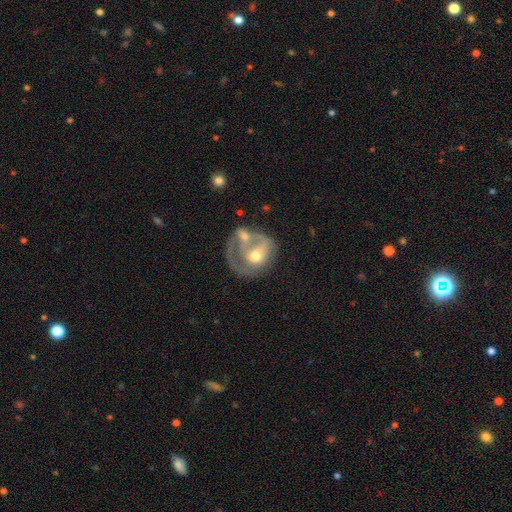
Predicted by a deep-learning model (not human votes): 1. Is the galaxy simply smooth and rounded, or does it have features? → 62% featured or disk, 31% smooth, 7% star or artifact.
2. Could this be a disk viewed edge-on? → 97% no, 3% yes.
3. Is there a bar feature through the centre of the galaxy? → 74% no, 21% weak, 5% strong.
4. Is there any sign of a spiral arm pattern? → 56% no, 44% yes.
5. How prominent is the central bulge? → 64% moderate, 25% small, 6% large, 3% none, 1% dominant.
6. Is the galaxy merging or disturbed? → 43% merger, 24% none, 20% major disturbance, 13% minor disturbance.